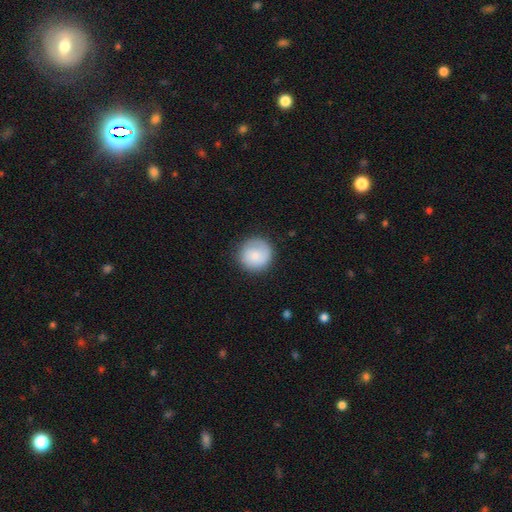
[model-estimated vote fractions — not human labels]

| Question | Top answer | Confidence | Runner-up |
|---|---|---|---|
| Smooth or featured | smooth | 76% | featured or disk (18%) |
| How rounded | round | 94% | in between (5%) |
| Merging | none | 84% | minor disturbance (11%) |